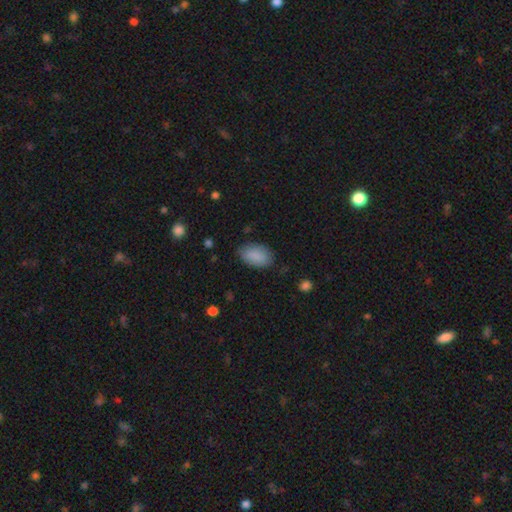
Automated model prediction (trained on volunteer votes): Smooth or featured? Predicted: smooth (p=0.88). How rounded? Predicted: in between (p=0.93). Merging? Predicted: none (p=0.79).